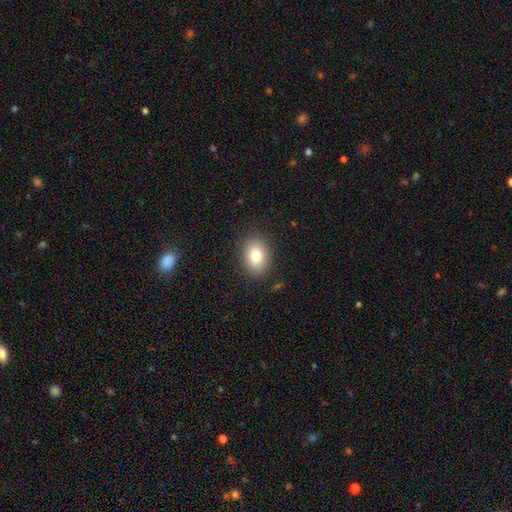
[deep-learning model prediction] A smooth galaxy with no disk features (81%) that is in between round and cigar-shaped (73%). Merging: none (87%).